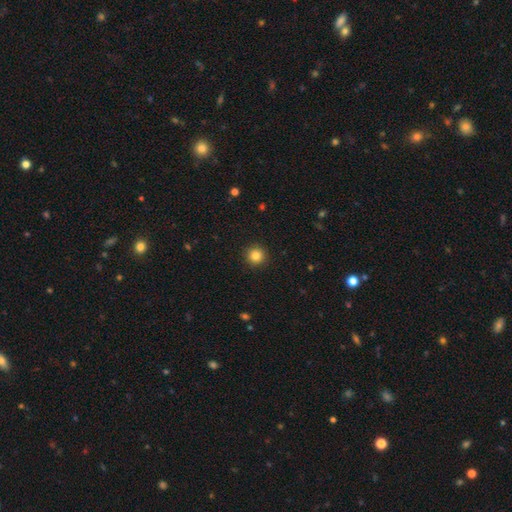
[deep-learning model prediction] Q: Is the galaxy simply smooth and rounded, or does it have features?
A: smooth — 84%.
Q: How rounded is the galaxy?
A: round — 95%.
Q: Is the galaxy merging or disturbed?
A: none — 93%.